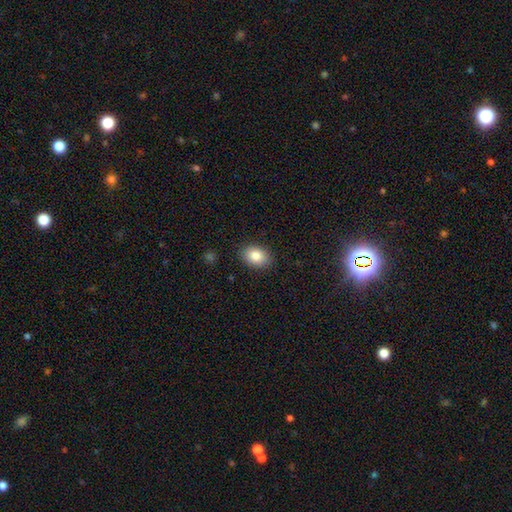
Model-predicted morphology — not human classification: Smooth or featured? Predicted: smooth (p=0.84). How rounded? Predicted: in between (p=0.79). Merging? Predicted: none (p=0.88).